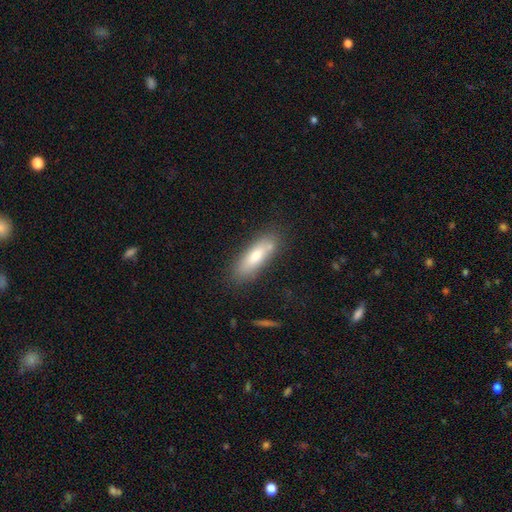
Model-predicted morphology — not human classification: A smooth galaxy with no disk features (71%) that is in between round and cigar-shaped (51%).

Vote fractions:
- Smooth or featured? smooth: 71% / featured or disk: 22% / star or artifact: 7%
- How rounded? in between: 51% / cigar-shaped: 47% / round: 2%
- Merging? none: 76% / minor disturbance: 14% / merger: 6% / major disturbance: 3%